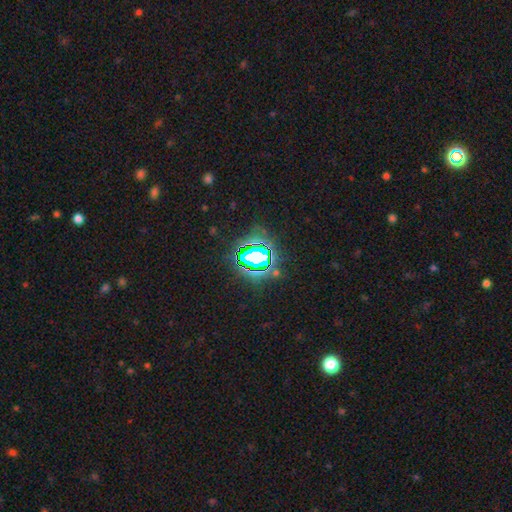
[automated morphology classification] Smooth or featured?
  - star or artifact: 76% *
  - smooth: 13%
  - featured or disk: 10%